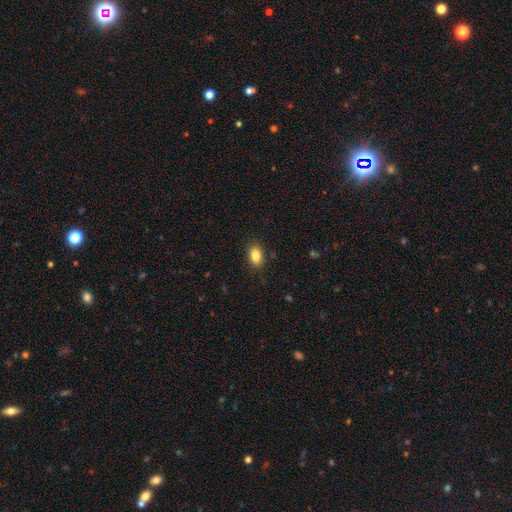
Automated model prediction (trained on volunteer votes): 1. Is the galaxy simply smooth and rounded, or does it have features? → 85% smooth, 9% star or artifact, 7% featured or disk.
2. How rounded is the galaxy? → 87% in between, 11% round, 2% cigar-shaped.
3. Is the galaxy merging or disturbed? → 87% none, 10% minor disturbance, 2% major disturbance, 1% merger.